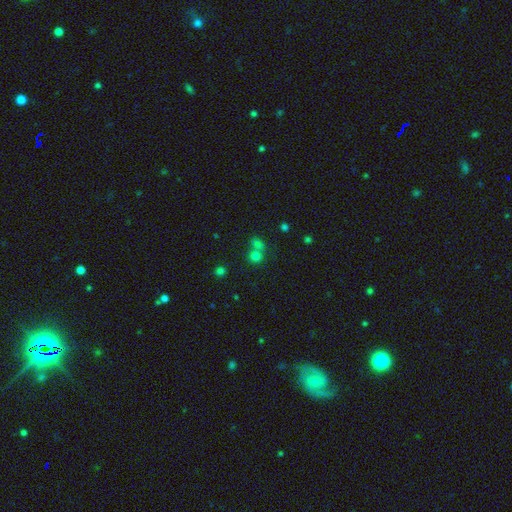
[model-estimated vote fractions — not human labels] A smooth galaxy with no disk features (70%) that is round (79%).

Vote fractions:
- Smooth or featured? smooth: 70% / star or artifact: 21% / featured or disk: 8%
- How rounded? round: 79% / in between: 19% / cigar-shaped: 1%
- Merging? none: 47% / merger: 41% / minor disturbance: 7% / major disturbance: 4%